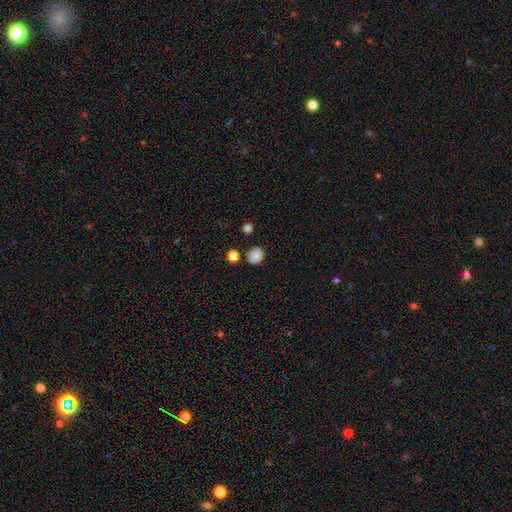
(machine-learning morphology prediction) This is clearly a smooth galaxy (83%). How rounded: likely round (64%). Merging: likely none (76%).